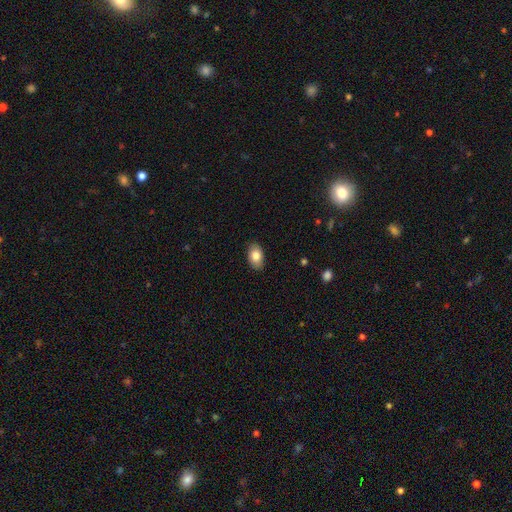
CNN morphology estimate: type=smooth (83%); roundness=in between (88%); merging=none (86%).